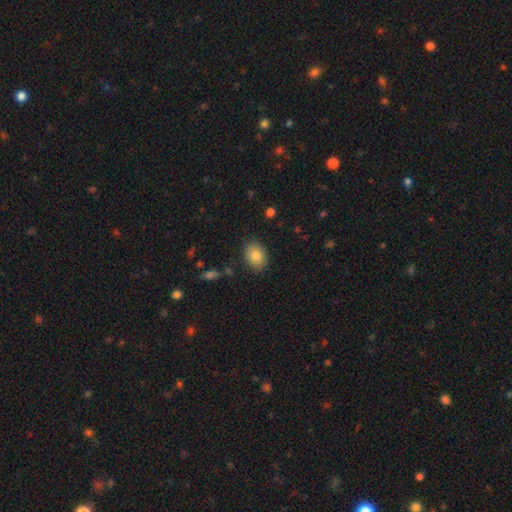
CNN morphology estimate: This appears to be a smooth galaxy with no disk features (82%) that is in between round and cigar-shaped (65%). Merging: none (85%).